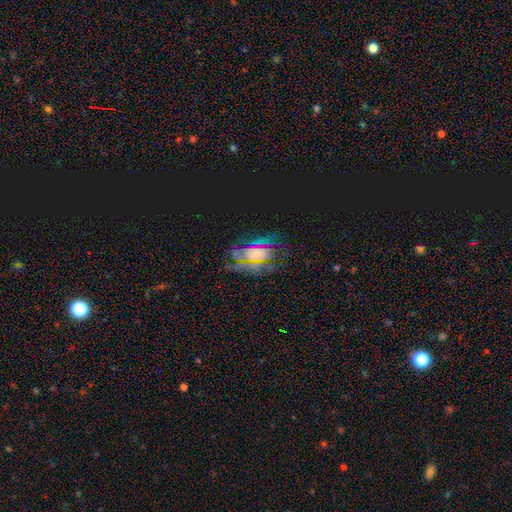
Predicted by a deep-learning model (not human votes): This is marginally a featured or disk galaxy (37%). Merging: likely none (67%).